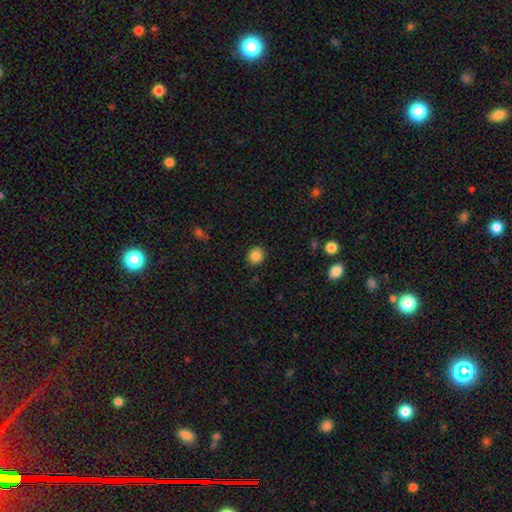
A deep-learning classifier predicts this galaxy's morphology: This is clearly a smooth galaxy (86%). How rounded: likely round (80%). Merging: clearly none (90%).